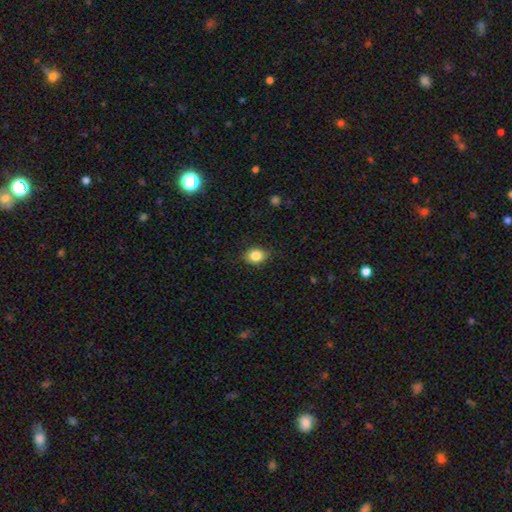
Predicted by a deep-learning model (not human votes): This is clearly a smooth galaxy (85%). How rounded: possibly in between (58%). Merging: clearly none (84%).